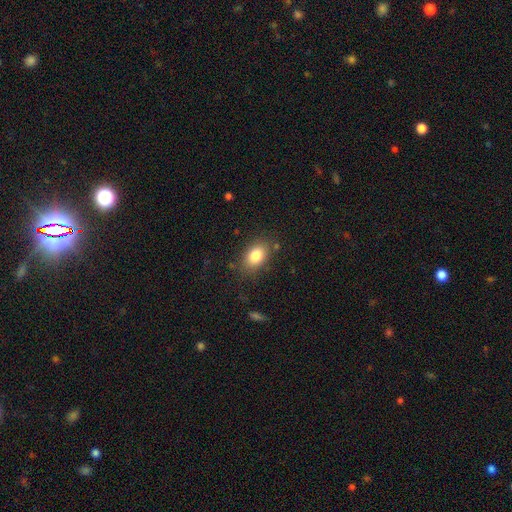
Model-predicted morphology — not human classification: Smooth or featured? smooth (83%)
How rounded? in between (83%)
Merging? none (81%)